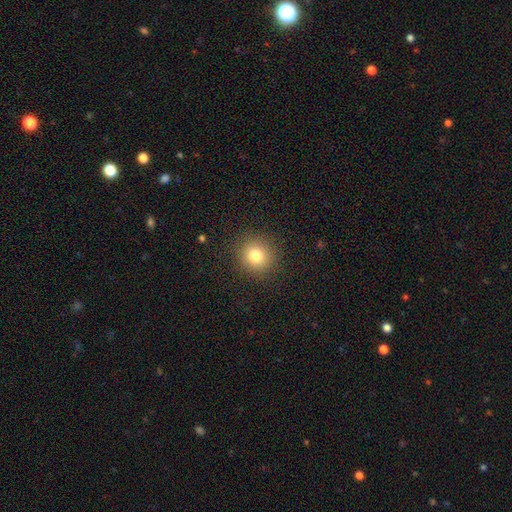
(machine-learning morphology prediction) type=smooth (81%); roundness=round (89%); merging=none (90%).